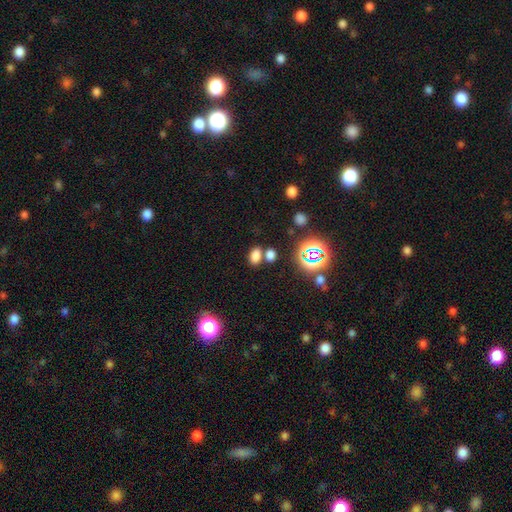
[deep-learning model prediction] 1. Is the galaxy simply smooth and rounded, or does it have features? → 74% smooth, 20% star or artifact, 6% featured or disk.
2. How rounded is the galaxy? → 85% in between, 13% round, 2% cigar-shaped.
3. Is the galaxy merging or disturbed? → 63% none, 23% merger, 10% minor disturbance, 4% major disturbance.